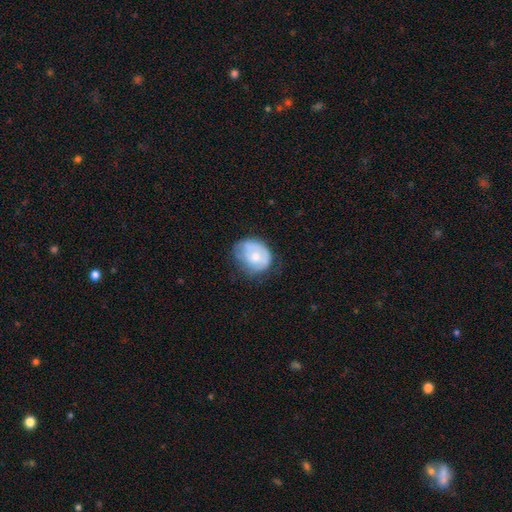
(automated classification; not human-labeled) Smooth or featured? Predicted: smooth (p=0.58). How rounded? Predicted: round (p=0.61). Merging? Predicted: none (p=0.44).